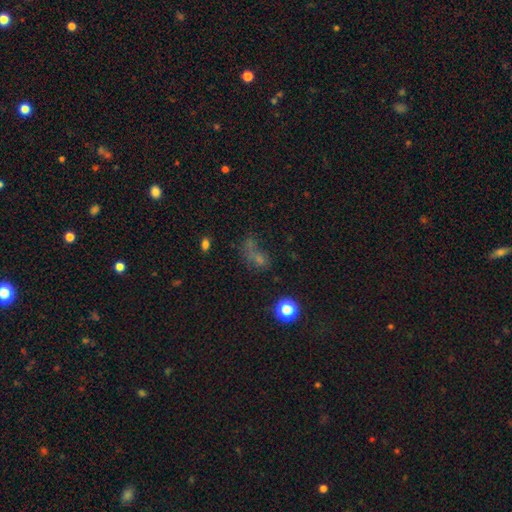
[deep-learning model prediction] smooth-or-featured: smooth: 47% | star or artifact: 35% | featured or disk: 18%
  merging: none: 35% | merger: 26% | major disturbance: 25% | minor disturbance: 14%